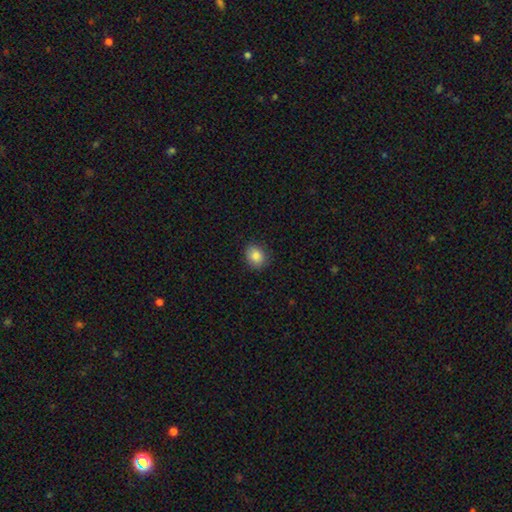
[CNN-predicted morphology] Q: Smooth or featured?
A: smooth (86%); runner-up: star or artifact (9%)
Q: How rounded?
A: round (63%); runner-up: in between (36%)
Q: Merging?
A: none (85%); runner-up: minor disturbance (11%)